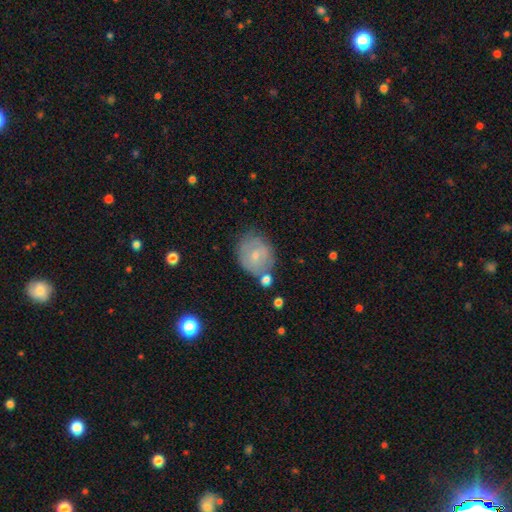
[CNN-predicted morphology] smooth_or_featured: featured or disk (p=0.47) [alt: smooth p=0.45]
merging: none (p=0.62) [alt: minor disturbance p=0.22]